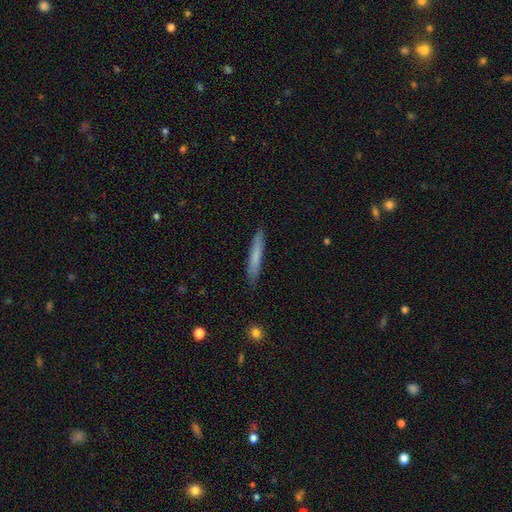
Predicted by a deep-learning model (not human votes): smooth-or-featured: smooth: 73% | featured or disk: 21% | star or artifact: 6%
  how-rounded: cigar-shaped: 94% | in between: 4% | round: 1%
  merging: none: 88% | minor disturbance: 9% | major disturbance: 2% | merger: 1%